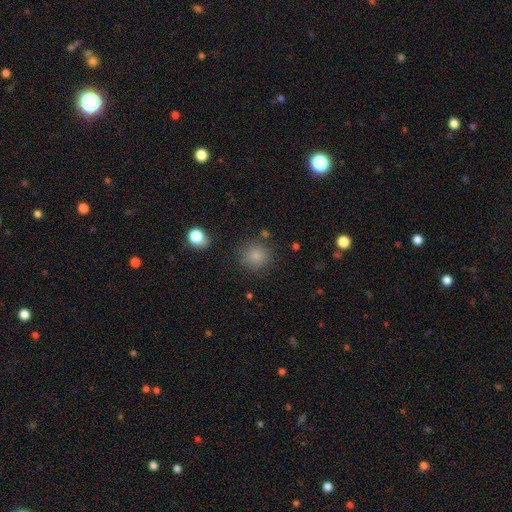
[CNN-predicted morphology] This appears to be a smooth galaxy with no disk features (83%) that is round (92%). Merging: none (84%).